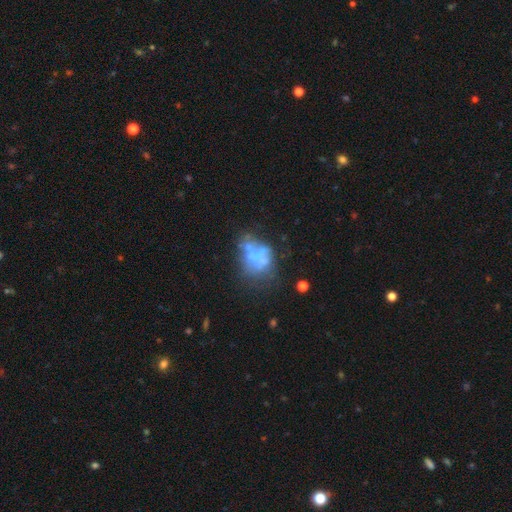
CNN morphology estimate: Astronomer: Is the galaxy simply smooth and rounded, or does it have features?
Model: featured or disk — 50% (runner-up: smooth, 35%).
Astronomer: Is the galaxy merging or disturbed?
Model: none — 33% (runner-up: major disturbance, 32%).